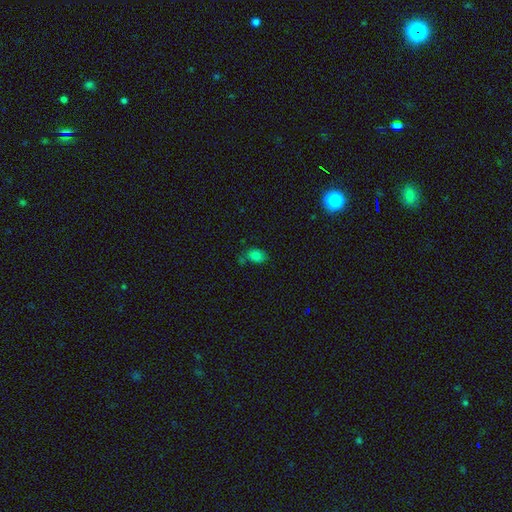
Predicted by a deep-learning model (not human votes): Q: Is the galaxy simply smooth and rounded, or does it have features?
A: smooth — 77%.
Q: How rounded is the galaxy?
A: in between — 79%.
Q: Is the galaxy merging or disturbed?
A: none — 59%.